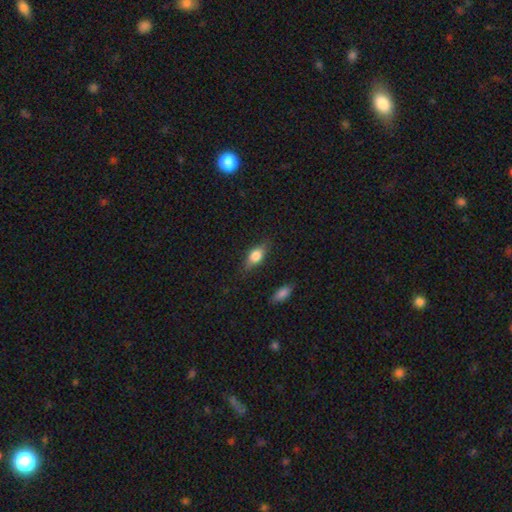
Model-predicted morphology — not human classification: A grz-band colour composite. It shows a smooth galaxy with no disk features (71%) that is in between round and cigar-shaped (79%). Merging: none (80%).